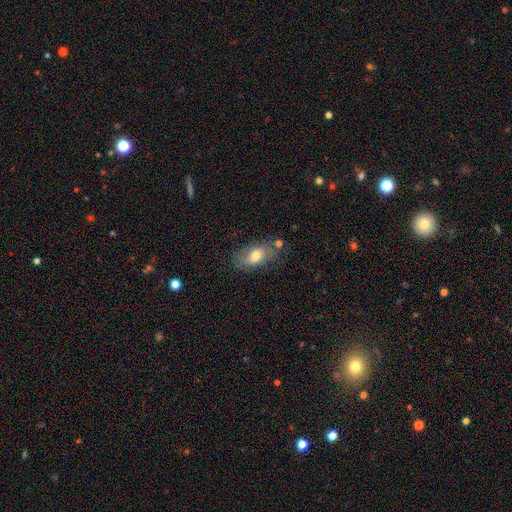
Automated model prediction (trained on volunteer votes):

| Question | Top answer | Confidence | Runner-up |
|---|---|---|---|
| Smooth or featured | smooth | 60% | featured or disk (31%) |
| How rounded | in between | 88% | round (8%) |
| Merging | none | 63% | minor disturbance (22%) |